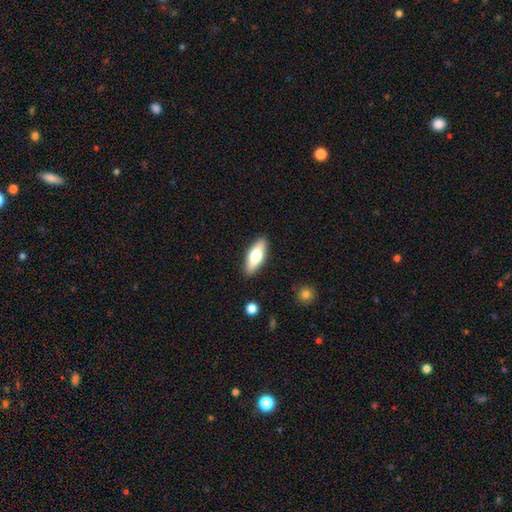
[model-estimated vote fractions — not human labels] This is likely a smooth galaxy (64%). How rounded: likely in between (68%). Merging: clearly none (88%).